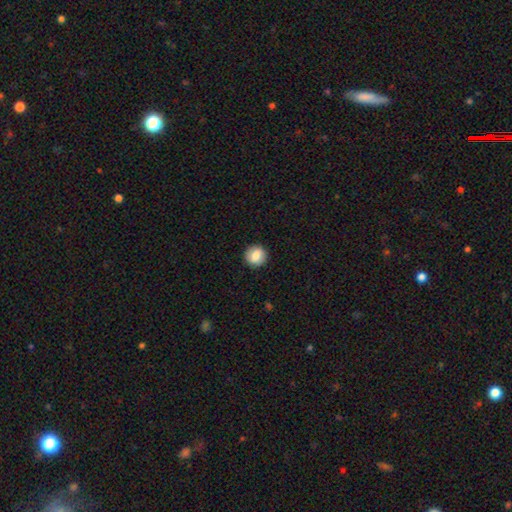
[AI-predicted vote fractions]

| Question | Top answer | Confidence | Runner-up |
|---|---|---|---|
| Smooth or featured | smooth | 80% | featured or disk (12%) |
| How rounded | round | 89% | in between (10%) |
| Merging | none | 90% | minor disturbance (7%) |